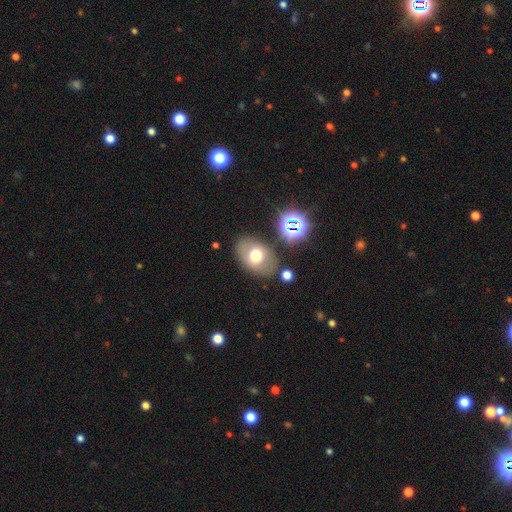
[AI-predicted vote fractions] smooth 64%, featured or disk 24%, star or artifact 12%. Down the decision tree: how rounded — in between (73%); merging — none (76%).